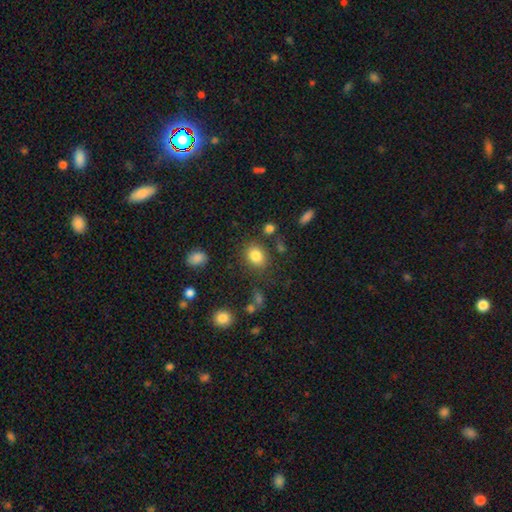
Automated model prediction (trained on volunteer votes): Smooth or featured? Predicted: smooth (p=0.83). How rounded? Predicted: in between (p=0.52). Merging? Predicted: none (p=0.78).